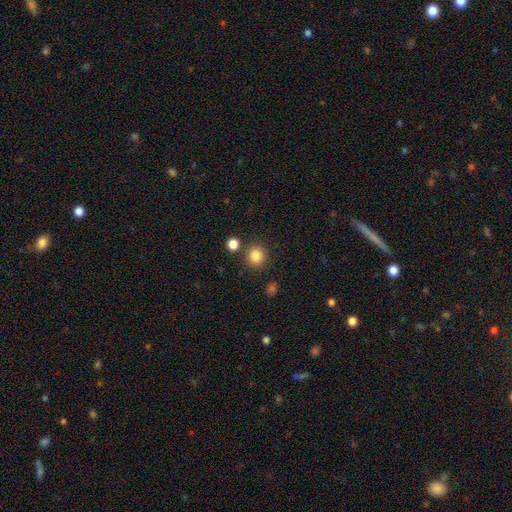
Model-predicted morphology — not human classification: This appears to be a smooth galaxy with no disk features (85%) that is round (89%). Merging: none (84%).